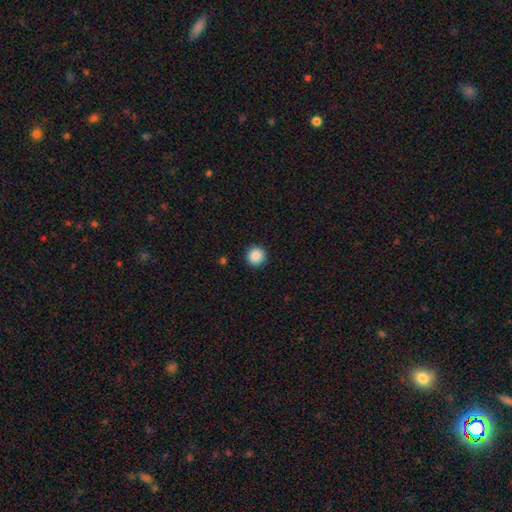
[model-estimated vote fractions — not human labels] Smooth or featured? Predicted: smooth (p=0.89). How rounded? Predicted: round (p=0.95). Merging? Predicted: none (p=0.92).